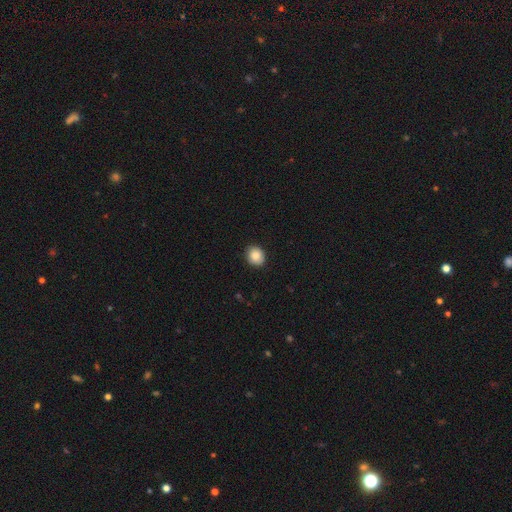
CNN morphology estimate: smooth_or_featured: smooth (p=0.87) [alt: star or artifact p=0.09]
how_rounded: round (p=0.75) [alt: in between p=0.24]
merging: none (p=0.90) [alt: minor disturbance p=0.07]